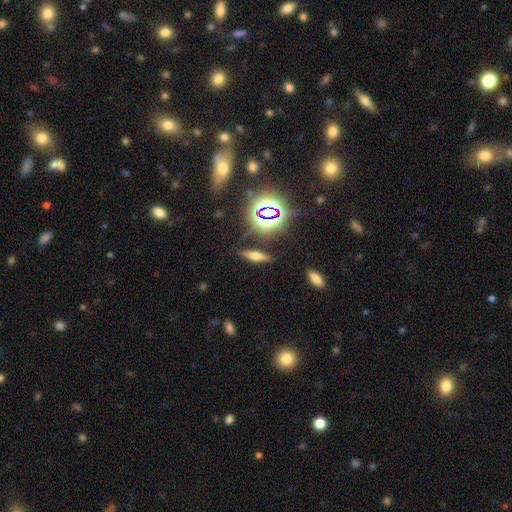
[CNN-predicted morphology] Smooth or featured? smooth (43%)
Merging? none (83%)